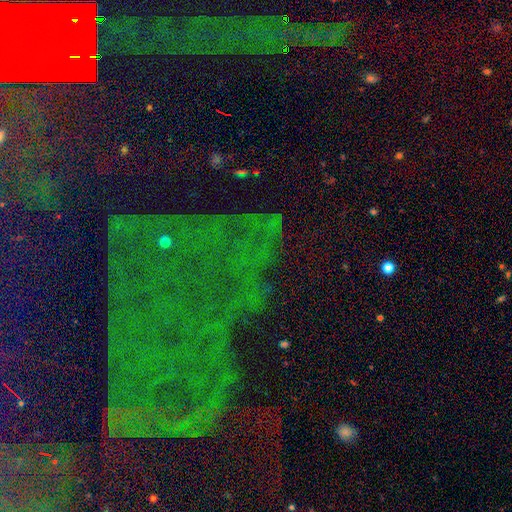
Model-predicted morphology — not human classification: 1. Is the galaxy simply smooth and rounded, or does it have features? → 76% star or artifact, 12% featured or disk, 12% smooth.